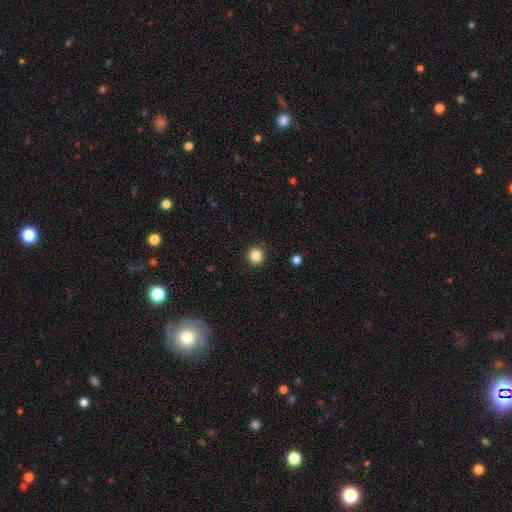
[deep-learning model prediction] This appears to be a smooth galaxy with no disk features (85%) that is round (94%). Merging: none (92%).